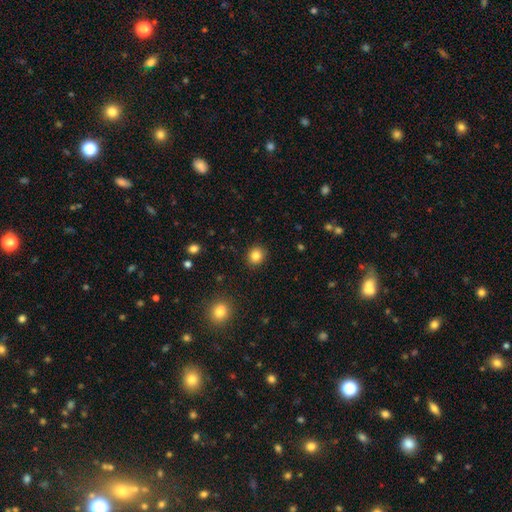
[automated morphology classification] Q: Smooth or featured?
A: smooth (84%); runner-up: star or artifact (11%)
Q: How rounded?
A: round (82%); runner-up: in between (17%)
Q: Merging?
A: none (90%); runner-up: minor disturbance (6%)